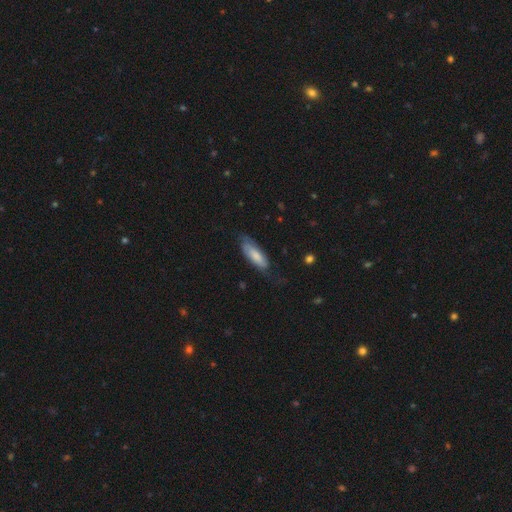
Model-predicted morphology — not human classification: Smooth or featured? Predicted: smooth (p=0.59). How rounded? Predicted: in between (p=0.64). Merging? Predicted: none (p=0.59).